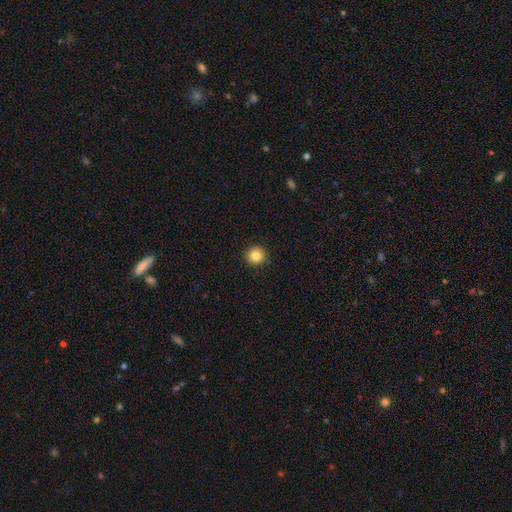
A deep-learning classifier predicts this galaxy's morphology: smooth-or-featured: smooth: 84% | star or artifact: 10% | featured or disk: 5%
  how-rounded: round: 94% | in between: 5% | cigar-shaped: 1%
  merging: none: 93% | minor disturbance: 5% | major disturbance: 2% | merger: 1%